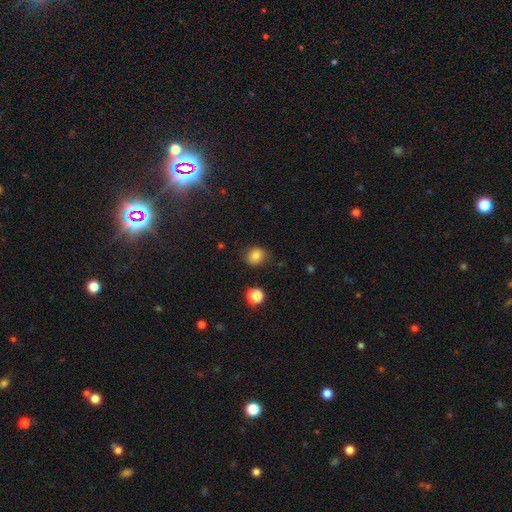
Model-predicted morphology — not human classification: smooth_or_featured: smooth (p=0.81) [alt: star or artifact p=0.12]
how_rounded: round (p=0.75) [alt: in between p=0.24]
merging: none (p=0.79) [alt: minor disturbance p=0.15]